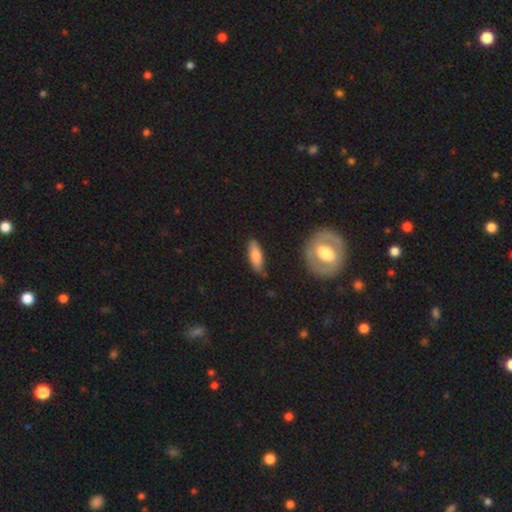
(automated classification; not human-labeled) Overall: smooth (71%). How rounded: in between (58%; cigar-shaped 39%). Merging: none (81%).